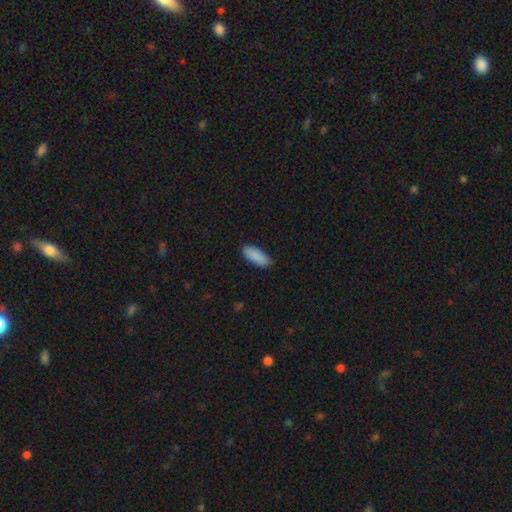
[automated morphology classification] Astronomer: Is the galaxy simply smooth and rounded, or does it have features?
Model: smooth — 90%.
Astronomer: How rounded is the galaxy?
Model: in between — 79%.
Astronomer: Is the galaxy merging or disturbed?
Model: none — 85%.